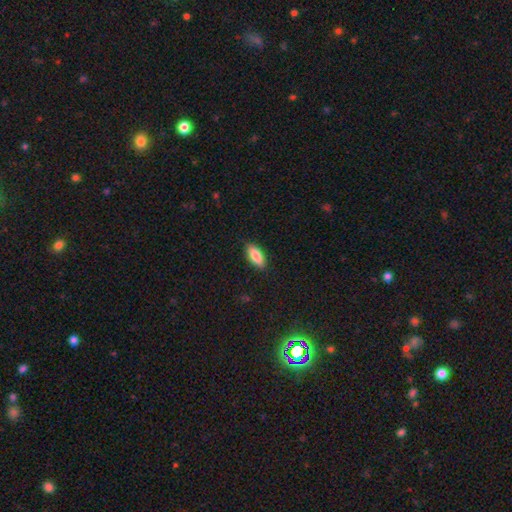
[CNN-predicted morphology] The model was most divided on "how rounded": in between: 80%, cigar-shaped: 17%, round: 2%. More confident: merging — none (88%); smooth or featured — smooth (85%).